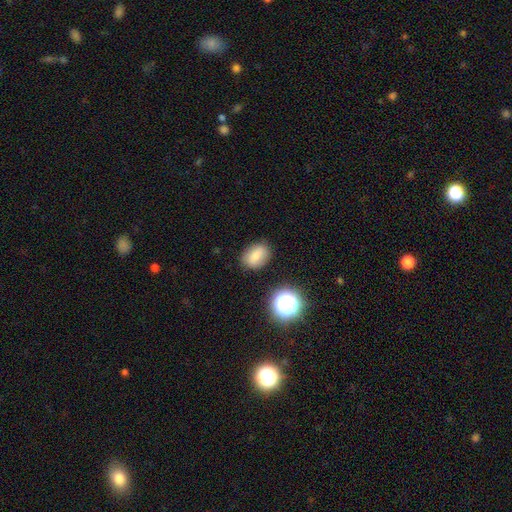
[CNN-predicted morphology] This appears to be a smooth galaxy with no disk features (79%) that is in between round and cigar-shaped (77%). Merging: none (81%).